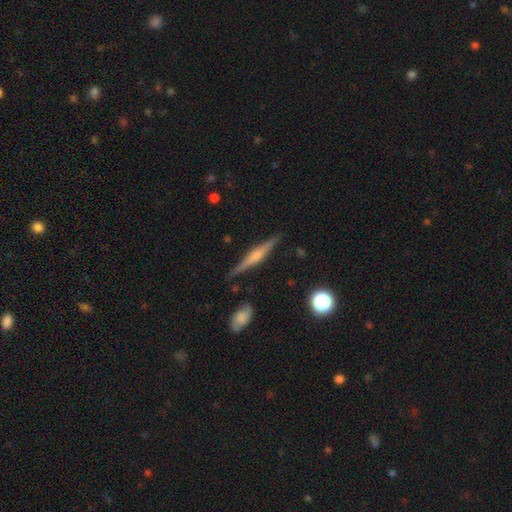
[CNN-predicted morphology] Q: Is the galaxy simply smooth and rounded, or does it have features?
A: featured or disk — 73%.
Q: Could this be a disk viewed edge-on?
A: yes — 98%.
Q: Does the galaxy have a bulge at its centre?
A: rounded — 75%.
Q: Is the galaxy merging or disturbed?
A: none — 87%.